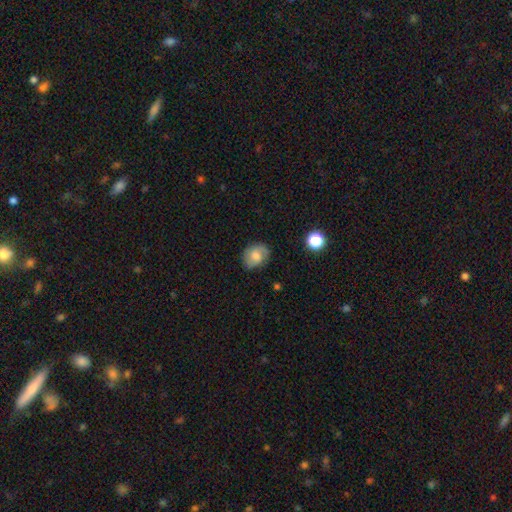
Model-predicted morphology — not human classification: Q: Smooth or featured?
A: smooth (63%); runner-up: featured or disk (28%)
Q: How rounded?
A: round (50%); runner-up: in between (49%)
Q: Merging?
A: none (71%); runner-up: minor disturbance (22%)